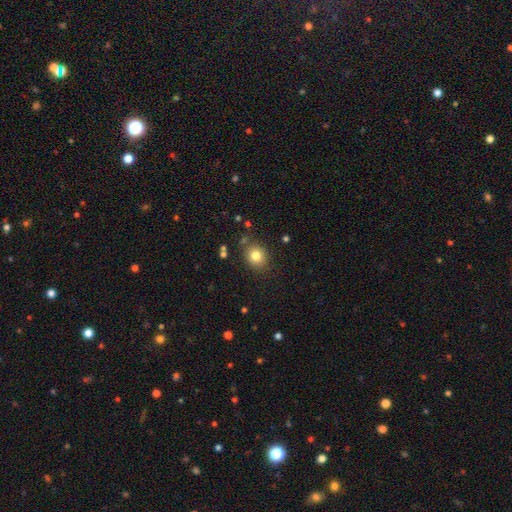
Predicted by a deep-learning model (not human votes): Smooth or featured?
  - smooth: 80% *
  - star or artifact: 12%
  - featured or disk: 8%
How rounded?
  - round: 74% *
  - in between: 25%
  - cigar-shaped: 1%
Merging?
  - none: 83% *
  - minor disturbance: 10%
  - merger: 3%
  - major disturbance: 3%